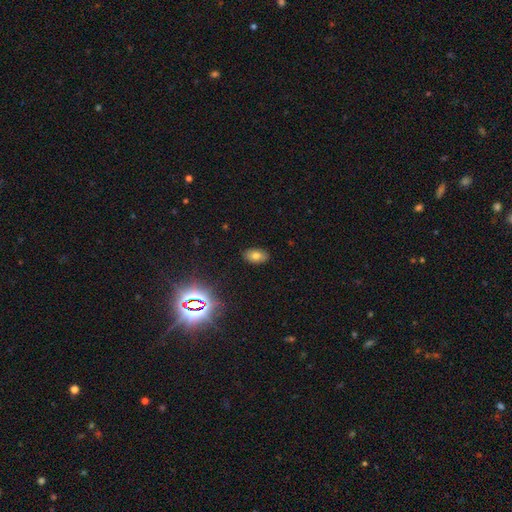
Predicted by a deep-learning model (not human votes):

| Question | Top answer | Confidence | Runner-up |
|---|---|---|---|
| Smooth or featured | smooth | 73% | star or artifact (15%) |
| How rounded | in between | 91% | round (7%) |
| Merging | none | 88% | minor disturbance (9%) |